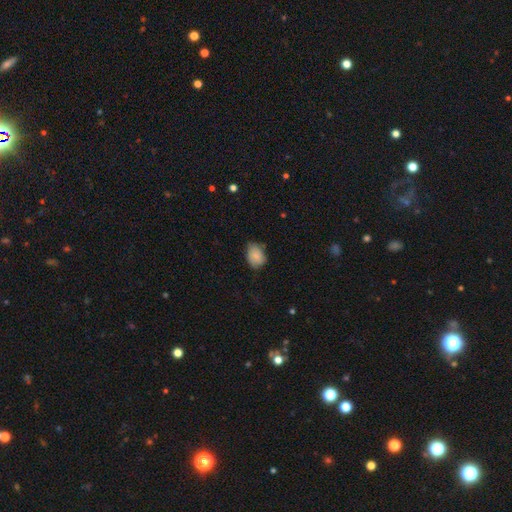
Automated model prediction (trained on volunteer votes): This is clearly a smooth galaxy (80%). How rounded: likely in between (71%). Merging: likely none (62%).